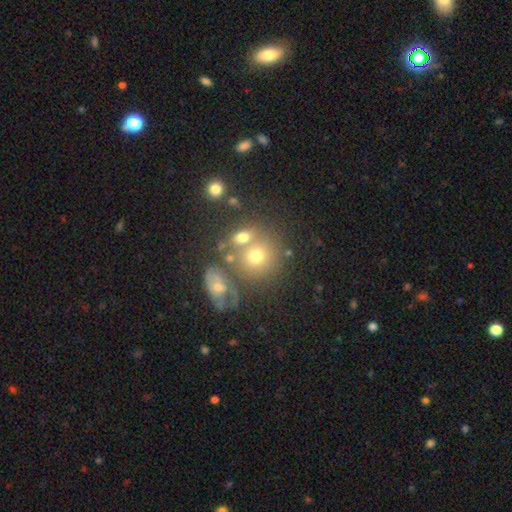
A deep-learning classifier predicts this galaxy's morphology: A smooth galaxy with no disk features (62%) that is round (77%).

Vote fractions:
- Smooth or featured? smooth: 62% / featured or disk: 21% / star or artifact: 17%
- How rounded? round: 77% / in between: 22% / cigar-shaped: 1%
- Merging? none: 48% / merger: 34% / minor disturbance: 12% / major disturbance: 6%